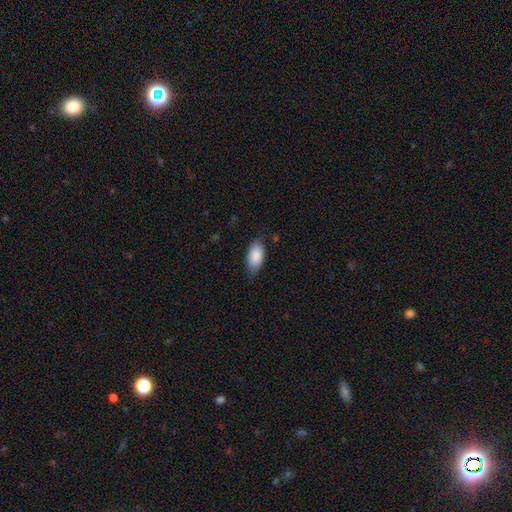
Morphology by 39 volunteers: Smooth or featured? smooth (90%)
How rounded? in between (89%)
Merging? none (58%)